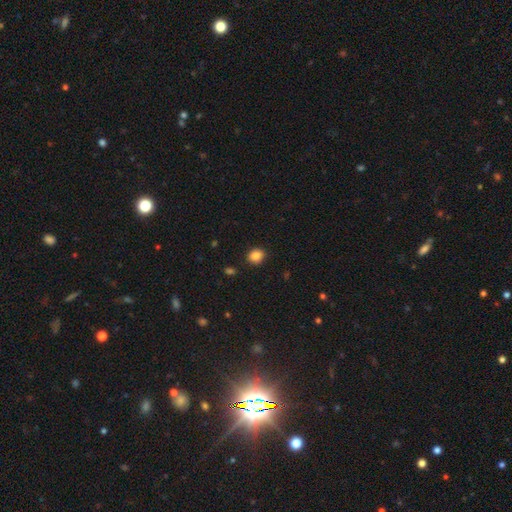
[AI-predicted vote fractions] Smooth or featured? smooth (86%)
How rounded? round (71%)
Merging? none (87%)